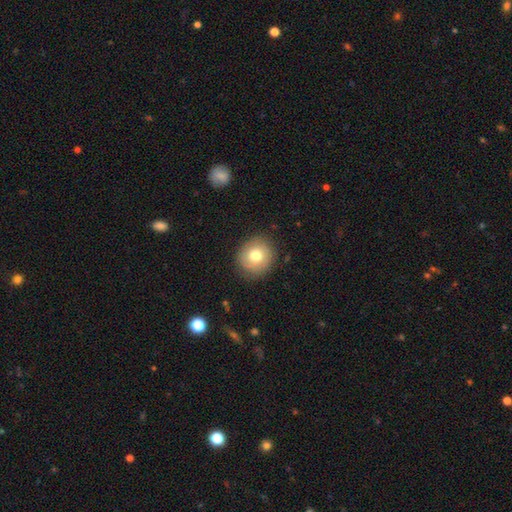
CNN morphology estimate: The model was most divided on "smooth or featured": smooth: 74%, featured or disk: 17%, star or artifact: 9%. More confident: how rounded — round (88%); merging — none (85%).